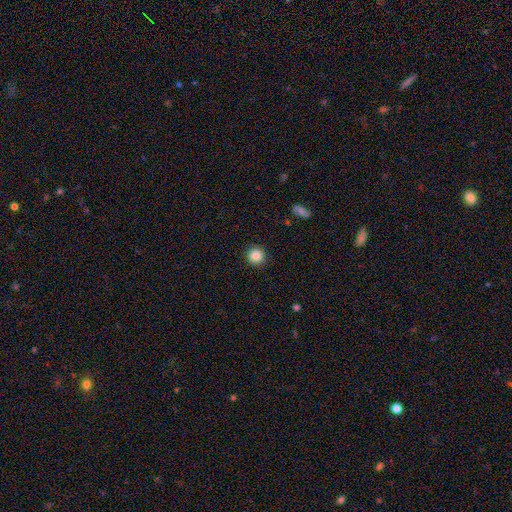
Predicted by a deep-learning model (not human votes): Q: Smooth or featured?
A: smooth (86%); runner-up: star or artifact (10%)
Q: How rounded?
A: round (95%); runner-up: in between (4%)
Q: Merging?
A: none (92%); runner-up: minor disturbance (5%)